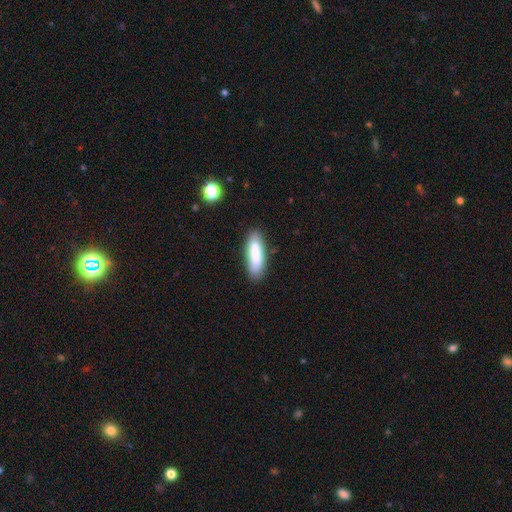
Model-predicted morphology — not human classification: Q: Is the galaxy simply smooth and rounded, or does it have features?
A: smooth — 76%.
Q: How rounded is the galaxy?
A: cigar-shaped — 52%.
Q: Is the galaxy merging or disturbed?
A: none — 81%.